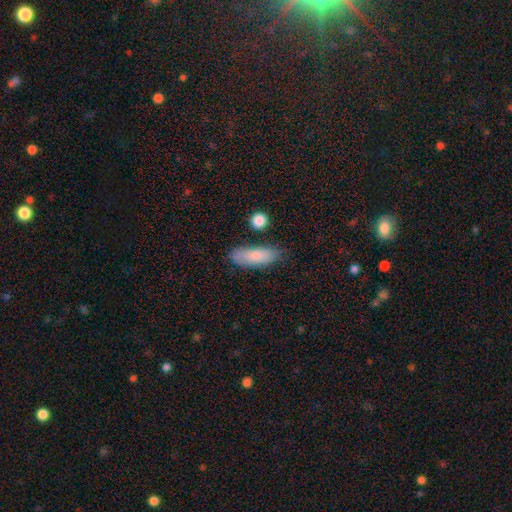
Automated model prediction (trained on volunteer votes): Smooth or featured: smooth — 81% (featured or disk — 13%)
How rounded: in between — 63% (cigar-shaped — 34%)
Merging: none — 75% (minor disturbance — 17%)